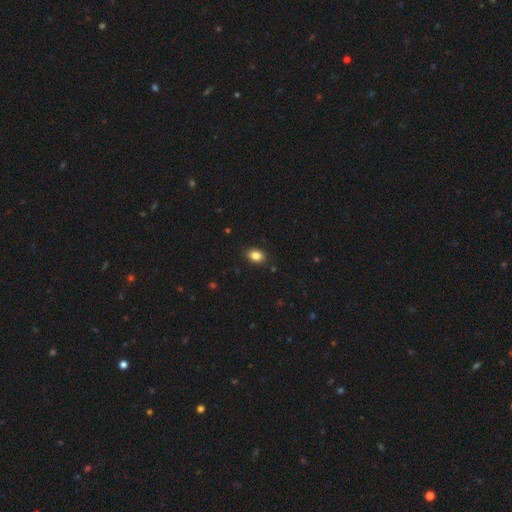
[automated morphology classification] This is clearly a smooth galaxy (85%). How rounded: likely in between (75%). Merging: clearly none (88%).